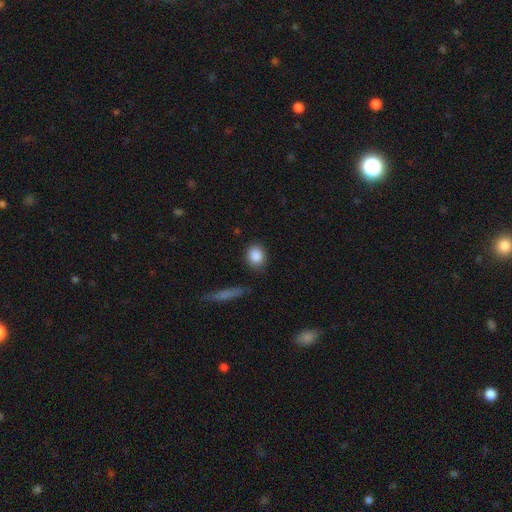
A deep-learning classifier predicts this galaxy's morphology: This appears to be a smooth galaxy with no disk features (88%) that is round (63%). Merging: none (82%).